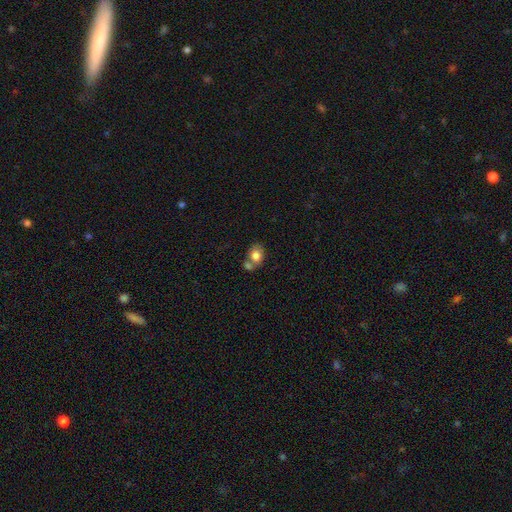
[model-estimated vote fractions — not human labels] Smooth or featured?
  - smooth: 79% *
  - featured or disk: 13%
  - star or artifact: 8%
How rounded?
  - in between: 59% *
  - round: 40%
  - cigar-shaped: 1%
Merging?
  - none: 41% *
  - merger: 40%
  - minor disturbance: 13%
  - major disturbance: 5%